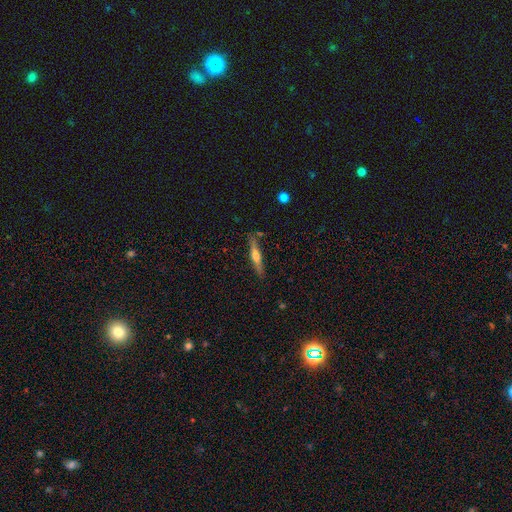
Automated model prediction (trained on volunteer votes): This appears to be a featured or disk galaxy (52%) viewed edge-on (95%). Merging: none (83%).